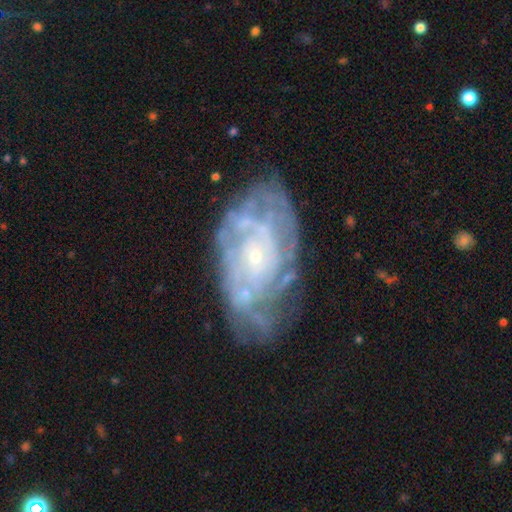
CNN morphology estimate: Smooth or featured? Predicted: featured or disk (p=0.82). Edge-on disk? Predicted: no (p=0.95). Bar? Predicted: no (p=0.80). Spiral arms? Predicted: yes (p=0.83). Spiral winding? Predicted: tight (p=0.68). Spiral arm count? Predicted: can't tell (p=0.52). Bulge size? Predicted: small (p=0.83). Merging? Predicted: none (p=0.63).